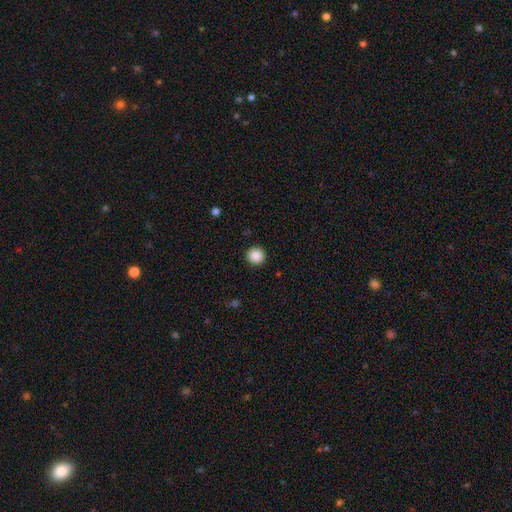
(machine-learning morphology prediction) A smooth galaxy with no disk features (88%) that is round (95%).

Vote fractions:
- Smooth or featured? smooth: 88% / star or artifact: 9% / featured or disk: 3%
- How rounded? round: 95% / in between: 4% / cigar-shaped: 1%
- Merging? none: 92% / minor disturbance: 5% / major disturbance: 2% / merger: 1%